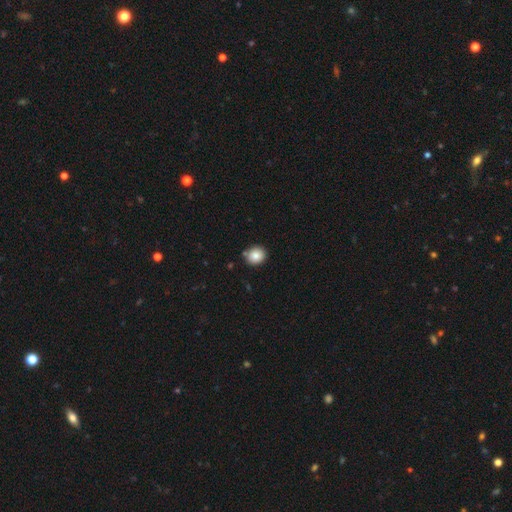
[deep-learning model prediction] Smooth or featured? smooth (84%)
How rounded? round (78%)
Merging? none (81%)